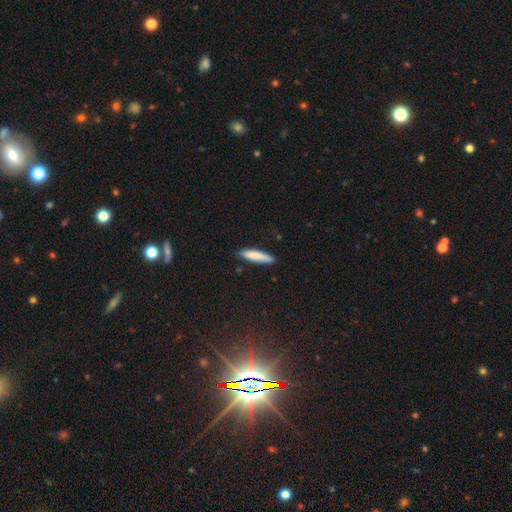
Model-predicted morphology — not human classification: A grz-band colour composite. It shows a smooth galaxy with no disk features (84%) that is cigar-shaped (78%). Merging: none (83%).